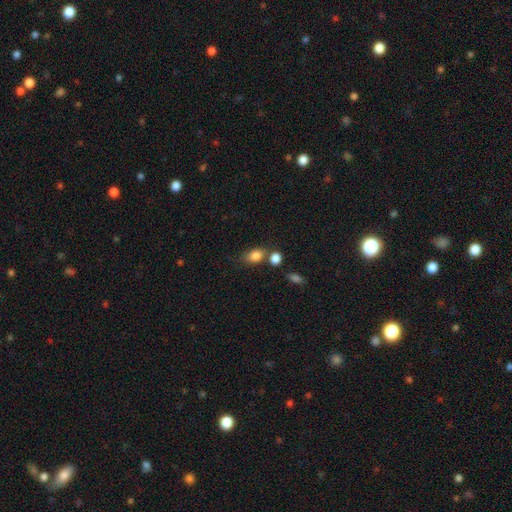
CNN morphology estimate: Q: Smooth or featured?
A: smooth (83%); runner-up: star or artifact (9%)
Q: How rounded?
A: in between (76%); runner-up: round (22%)
Q: Merging?
A: none (55%); runner-up: merger (22%)